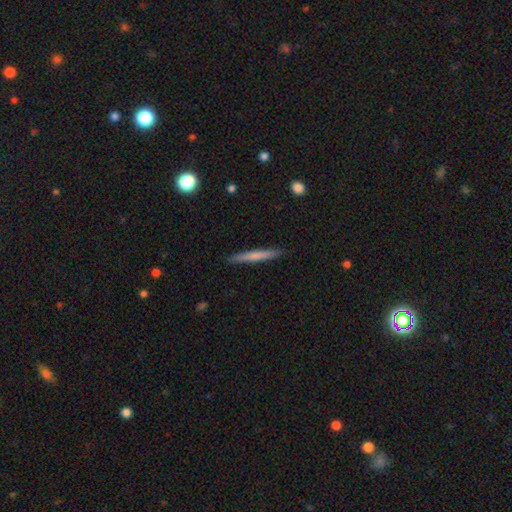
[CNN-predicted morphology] Q: Smooth or featured?
A: smooth (62%); runner-up: featured or disk (33%)
Q: How rounded?
A: cigar-shaped (96%); runner-up: in between (2%)
Q: Merging?
A: none (91%); runner-up: minor disturbance (7%)